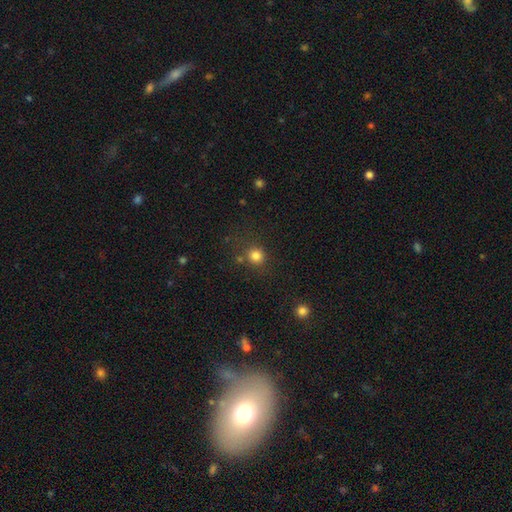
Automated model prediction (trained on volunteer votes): Q: Smooth or featured?
A: smooth (82%); runner-up: star or artifact (13%)
Q: How rounded?
A: round (88%); runner-up: in between (11%)
Q: Merging?
A: none (75%); runner-up: minor disturbance (11%)